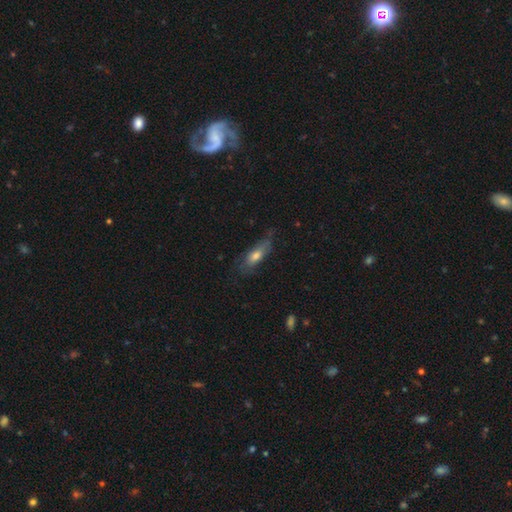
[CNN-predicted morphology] The model was most divided on "how rounded": in between: 58%, cigar-shaped: 38%, round: 3%. More confident: smooth or featured — smooth (56%); merging — none (56%).